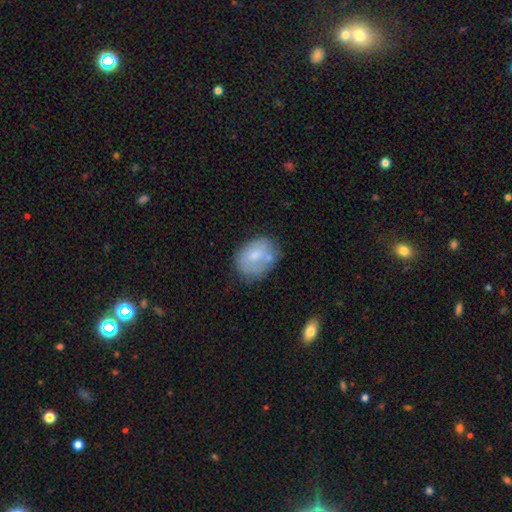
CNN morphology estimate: This appears to be a smooth galaxy with no disk features (62%) that is in between round and cigar-shaped (65%). Merging: none (54%).